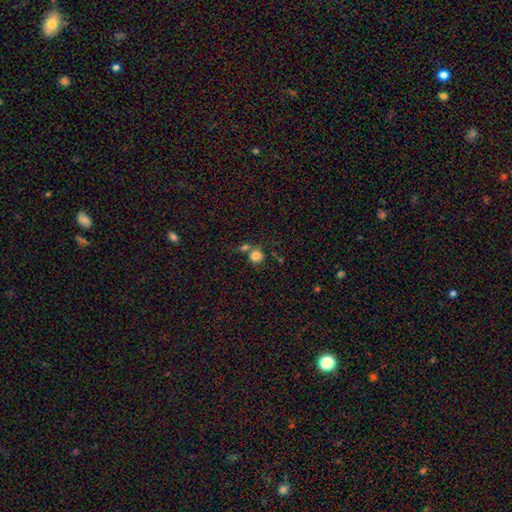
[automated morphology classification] Overall: smooth (82%). How rounded: round (89%). Merging: none (56%; merger 29%).